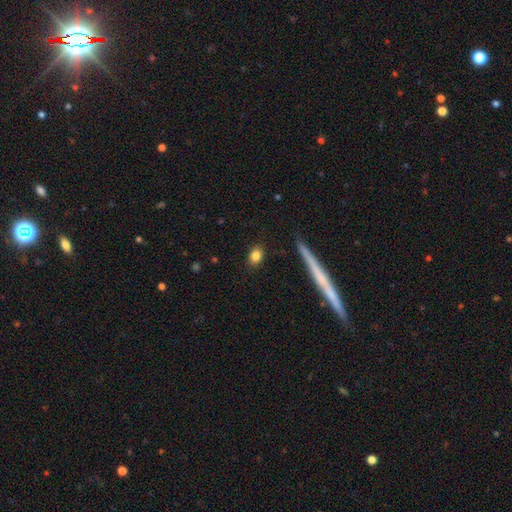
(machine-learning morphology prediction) This appears to be a smooth galaxy with no disk features (83%) that is in between round and cigar-shaped (62%). Merging: none (88%).